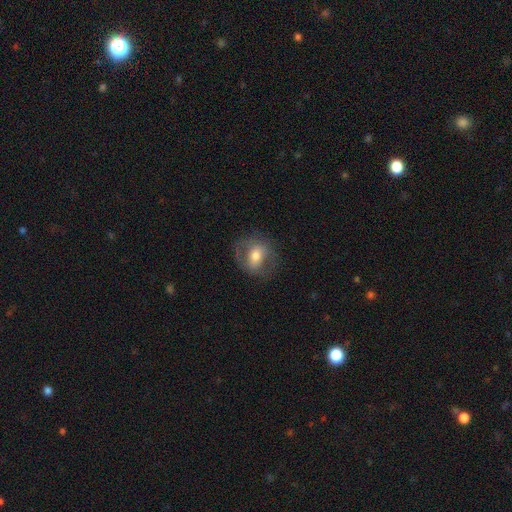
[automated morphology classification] This appears to be a smooth galaxy with no disk features (50%). Merging: none (72%).